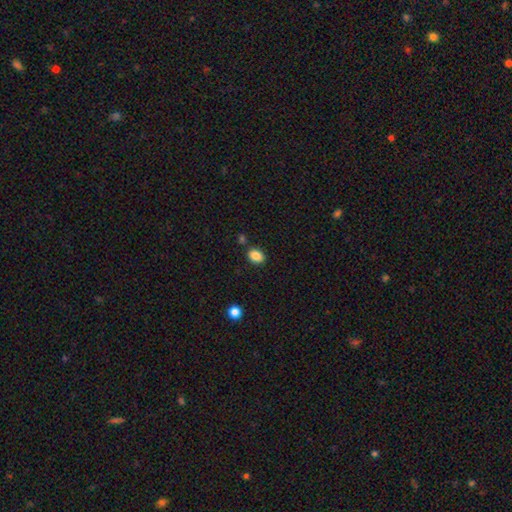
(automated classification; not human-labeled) Q: Smooth or featured?
A: smooth (87%); runner-up: star or artifact (9%)
Q: How rounded?
A: in between (71%); runner-up: round (28%)
Q: Merging?
A: none (82%); runner-up: minor disturbance (10%)